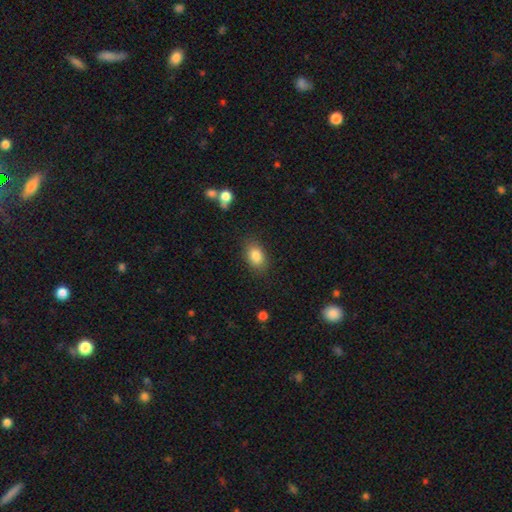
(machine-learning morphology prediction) Smooth or featured? smooth (85%)
How rounded? in between (81%)
Merging? none (84%)